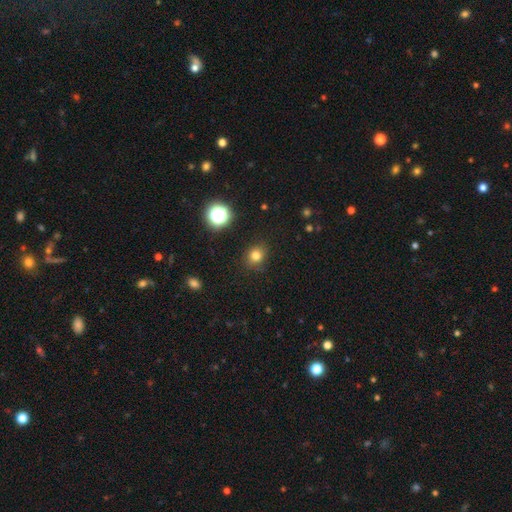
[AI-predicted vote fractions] A smooth galaxy with no disk features (78%) that is round (73%).

Vote fractions:
- Smooth or featured? smooth: 78% / star or artifact: 16% / featured or disk: 6%
- How rounded? round: 73% / in between: 26% / cigar-shaped: 1%
- Merging? none: 86% / minor disturbance: 10% / major disturbance: 3% / merger: 1%